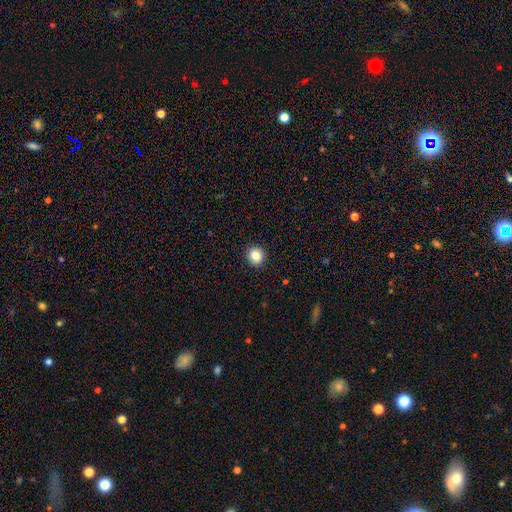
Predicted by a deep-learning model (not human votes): The model was most divided on "how rounded": round: 85%, in between: 14%, cigar-shaped: 1%. More confident: merging — none (92%); smooth or featured — smooth (84%).